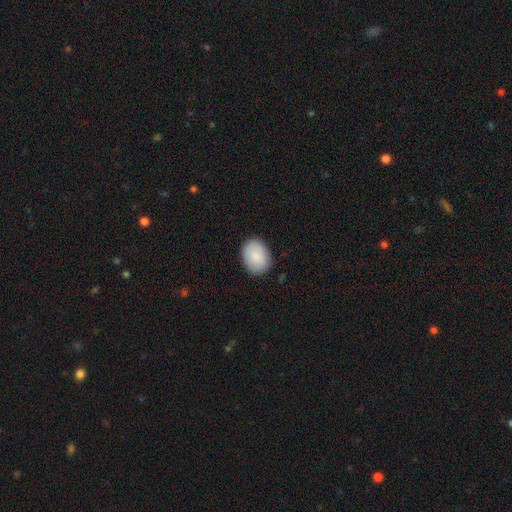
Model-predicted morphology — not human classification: Smooth or featured? Predicted: smooth (p=0.89). How rounded? Predicted: in between (p=0.69). Merging? Predicted: none (p=0.86).